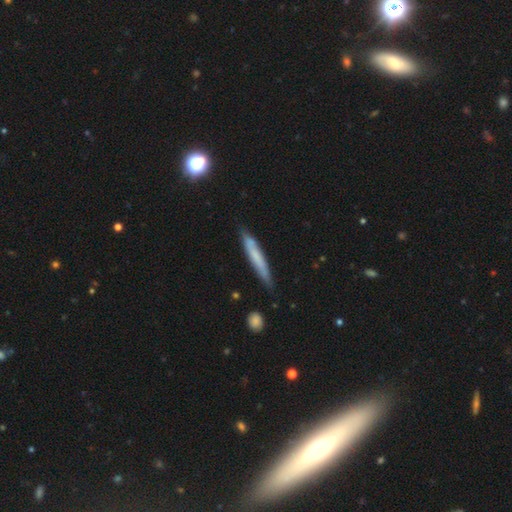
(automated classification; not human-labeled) This is possibly a smooth galaxy (59%). How rounded: clearly cigar-shaped (94%). Merging: likely none (78%).